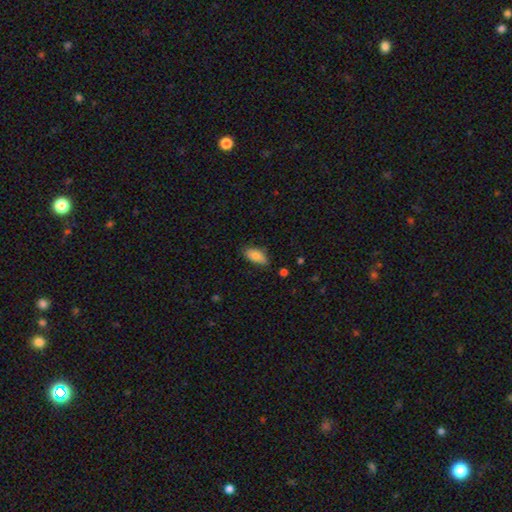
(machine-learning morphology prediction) Smooth or featured? Predicted: smooth (p=0.81). How rounded? Predicted: in between (p=0.90). Merging? Predicted: none (p=0.77).